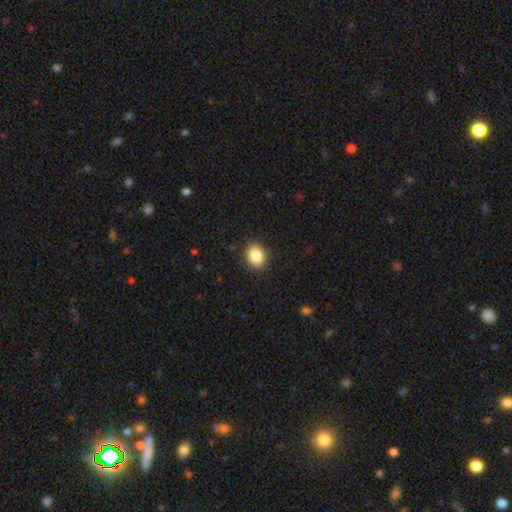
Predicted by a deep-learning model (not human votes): Smooth or featured?
  - smooth: 86% *
  - star or artifact: 9%
  - featured or disk: 6%
How rounded?
  - in between: 63% *
  - round: 36%
  - cigar-shaped: 1%
Merging?
  - none: 89% *
  - minor disturbance: 8%
  - major disturbance: 2%
  - merger: 1%